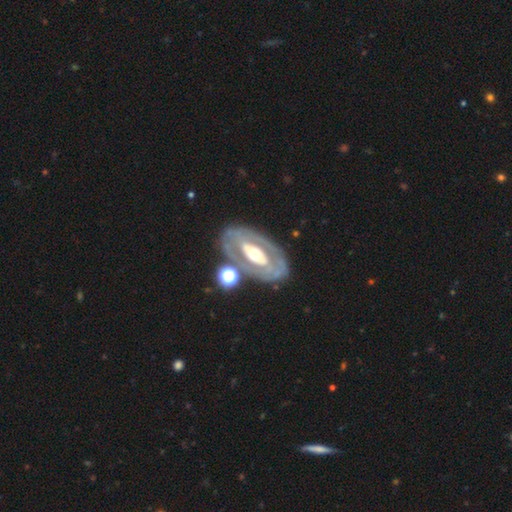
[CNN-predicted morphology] The model was most divided on "spiral arms": yes: 51%, no: 49%. Remaining: edge-on disk — no (91%); smooth or featured — featured or disk (80%); bulge size — moderate (72%); merging — none (69%); bar — no (40%).